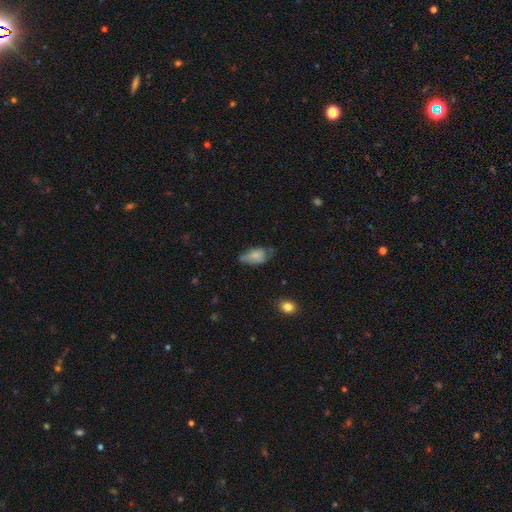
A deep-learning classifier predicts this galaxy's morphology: smooth-or-featured: smooth: 69% | featured or disk: 23% | star or artifact: 8%
  how-rounded: in between: 92% | round: 4% | cigar-shaped: 4%
  merging: none: 42% | minor disturbance: 39% | major disturbance: 16% | merger: 3%